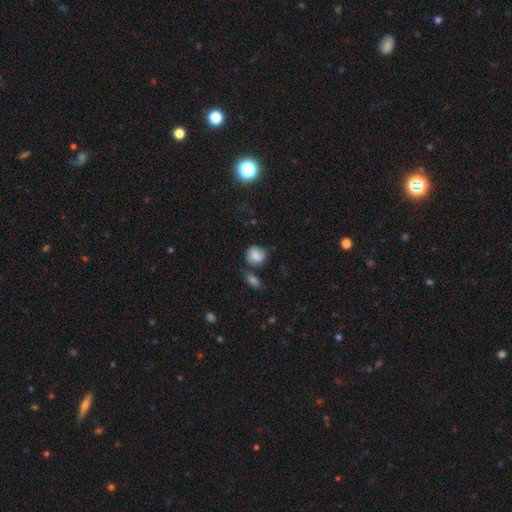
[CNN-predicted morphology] type=smooth (73%); roundness=round (72%); merging=none (50%).